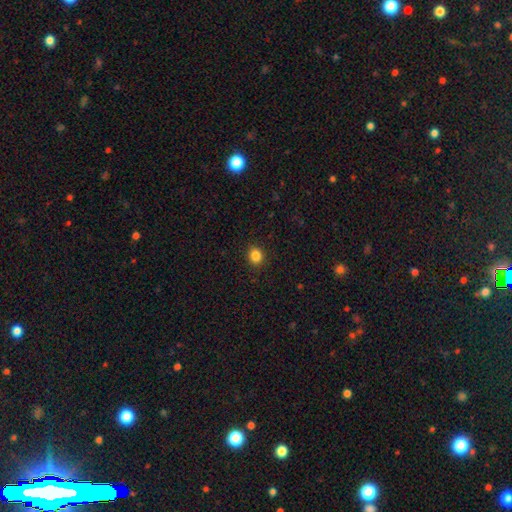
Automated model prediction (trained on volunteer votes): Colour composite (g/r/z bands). It shows a smooth galaxy with no disk features (85%) that is round (71%). Merging: none (91%).